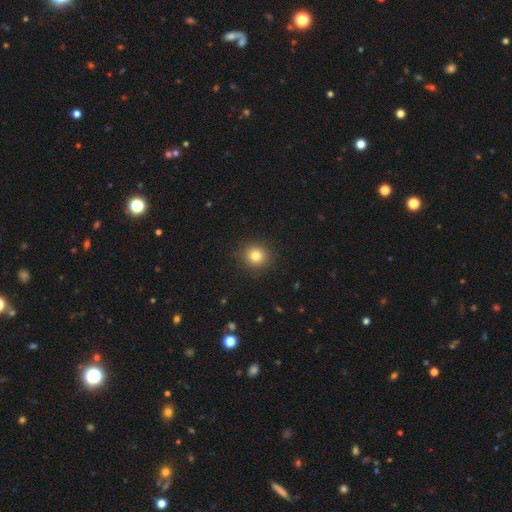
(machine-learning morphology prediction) This appears to be a smooth galaxy with no disk features (81%) that is round (91%). Merging: none (90%).